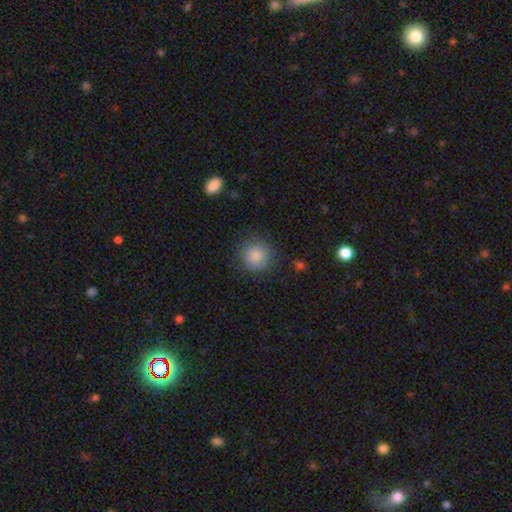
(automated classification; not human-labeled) smooth 86%, star or artifact 9%, featured or disk 5%. Down the decision tree: how rounded — round (94%); merging — none (87%).